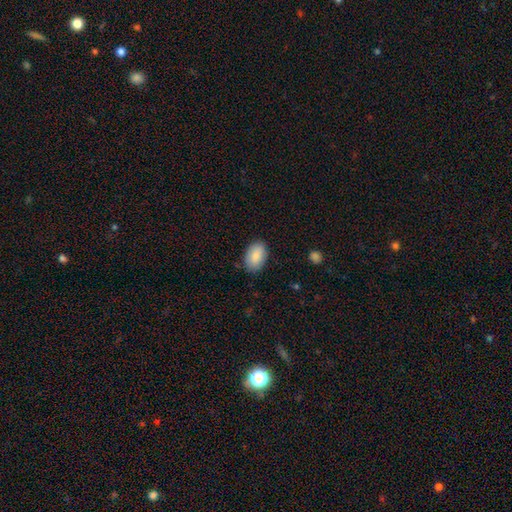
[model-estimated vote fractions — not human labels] This appears to be a smooth galaxy with no disk features (86%) that is in between round and cigar-shaped (91%). Merging: none (84%).